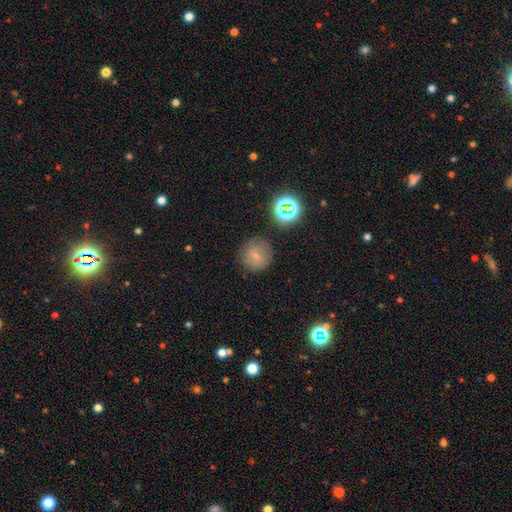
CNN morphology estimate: smooth 67%, star or artifact 17%, featured or disk 16%. Down the decision tree: how rounded — round (93%); merging — none (81%).